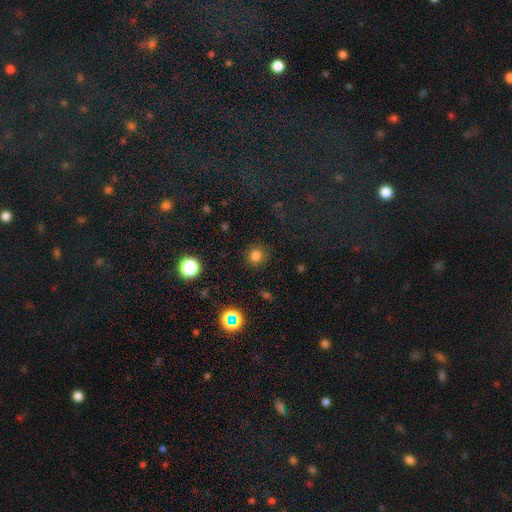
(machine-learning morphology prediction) Overall: smooth (77%). How rounded: round (90%). Merging: none (87%).